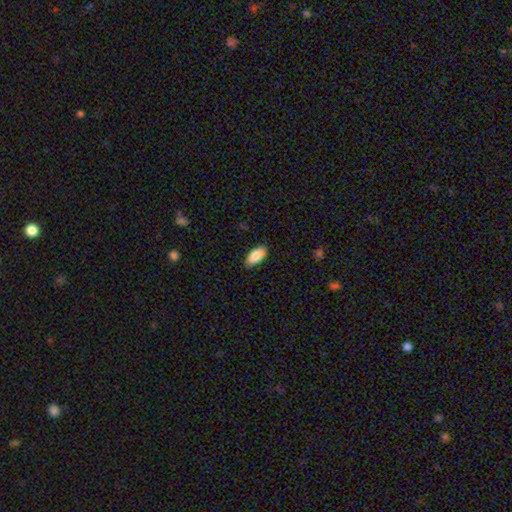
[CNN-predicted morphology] Smooth or featured?
  - smooth: 86% *
  - featured or disk: 8%
  - star or artifact: 6%
How rounded?
  - in between: 90% *
  - cigar-shaped: 7%
  - round: 2%
Merging?
  - none: 84% *
  - minor disturbance: 13%
  - major disturbance: 2%
  - merger: 1%